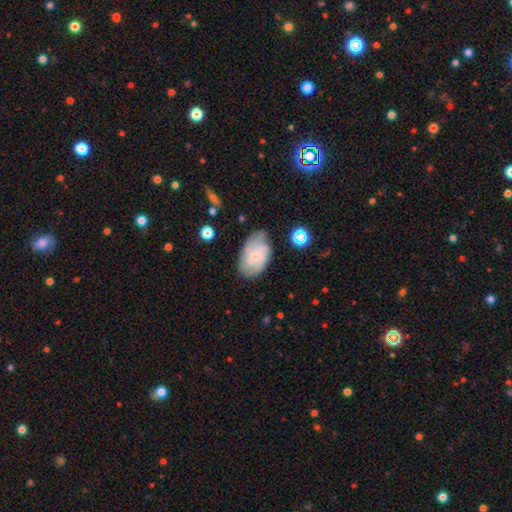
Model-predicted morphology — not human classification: Q: Smooth or featured?
A: featured or disk (52%); runner-up: smooth (39%)
Q: Edge-on disk?
A: no (96%); runner-up: yes (4%)
Q: Bar?
A: no (72%); runner-up: weak (24%)
Q: Spiral arms?
A: yes (78%); runner-up: no (22%)
Q: Bulge size?
A: small (75%); runner-up: moderate (19%)
Q: Merging?
A: none (65%); runner-up: minor disturbance (25%)